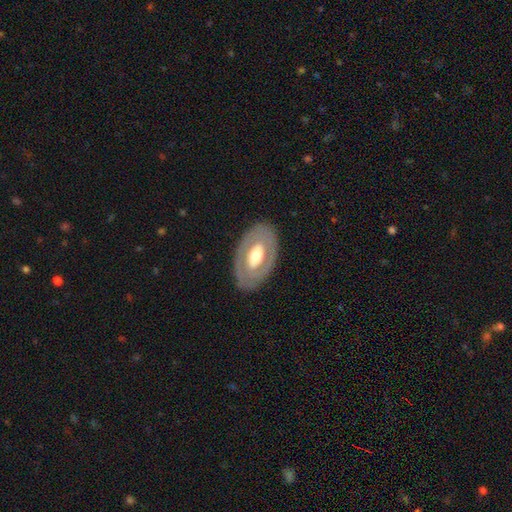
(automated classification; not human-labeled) This appears to be a featured or disk galaxy (62%) with no bar (62%), no spiral arms (80%) and a moderate central bulge (61%). Merging: none (83%).